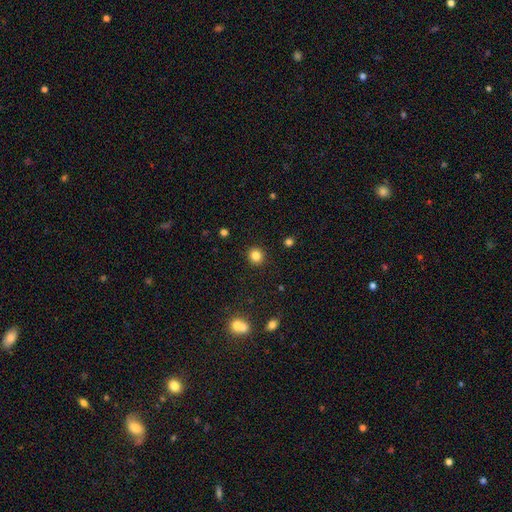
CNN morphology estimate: smooth_or_featured: smooth (p=0.83) [alt: star or artifact p=0.12]
how_rounded: round (p=0.88) [alt: in between p=0.11]
merging: none (p=0.92) [alt: minor disturbance p=0.05]